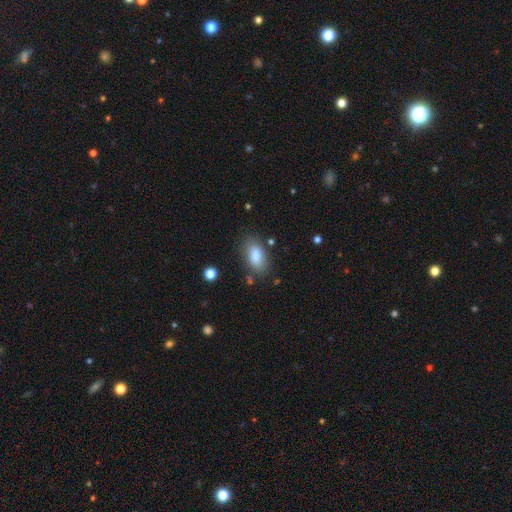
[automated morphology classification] smooth_or_featured: smooth (p=0.84) [alt: featured or disk p=0.08]
how_rounded: in between (p=0.90) [alt: cigar-shaped p=0.05]
merging: none (p=0.75) [alt: minor disturbance p=0.16]